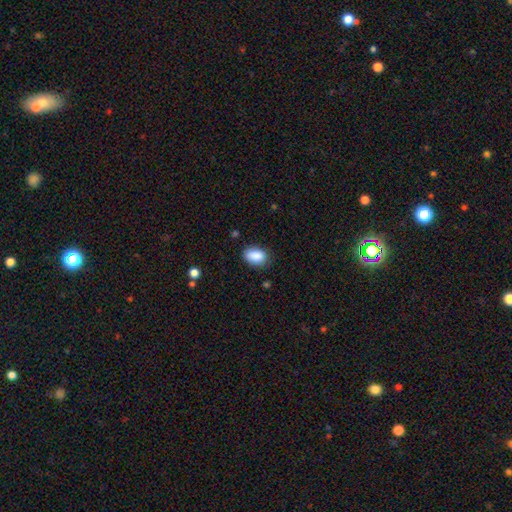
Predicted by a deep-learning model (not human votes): smooth 88%, star or artifact 8%, featured or disk 4%. Down the decision tree: how rounded — in between (89%); merging — none (78%).